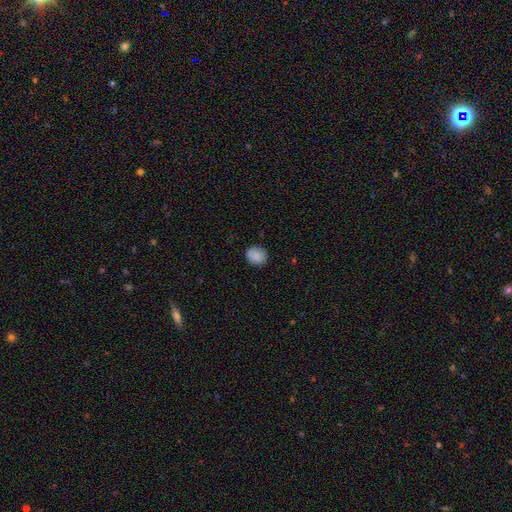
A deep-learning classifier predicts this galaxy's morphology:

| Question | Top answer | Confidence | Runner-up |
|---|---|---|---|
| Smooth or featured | smooth | 84% | star or artifact (8%) |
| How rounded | round | 77% | in between (22%) |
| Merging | none | 83% | minor disturbance (13%) |